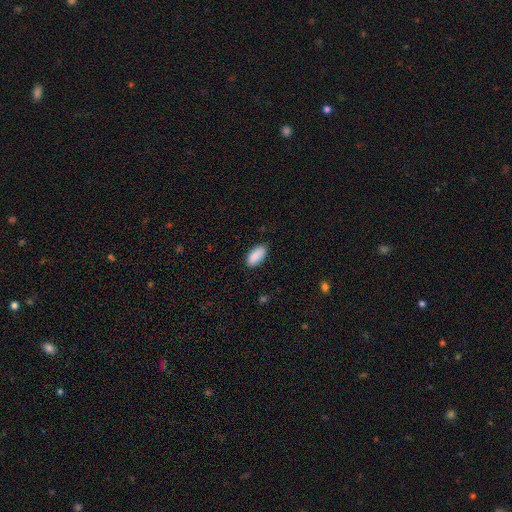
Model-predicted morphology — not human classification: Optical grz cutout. It shows a smooth galaxy with no disk features (89%) that is in between round and cigar-shaped (92%). Merging: none (84%).